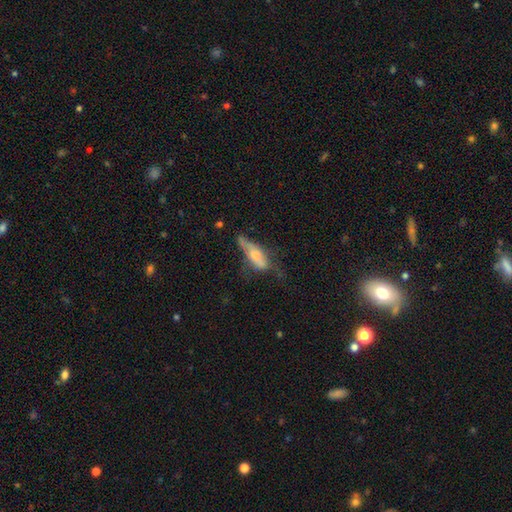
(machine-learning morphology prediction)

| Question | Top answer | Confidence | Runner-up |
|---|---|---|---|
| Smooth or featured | smooth | 51% | featured or disk (40%) |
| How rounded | in between | 52% | cigar-shaped (45%) |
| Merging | major disturbance | 32% | tied: none (32%) |